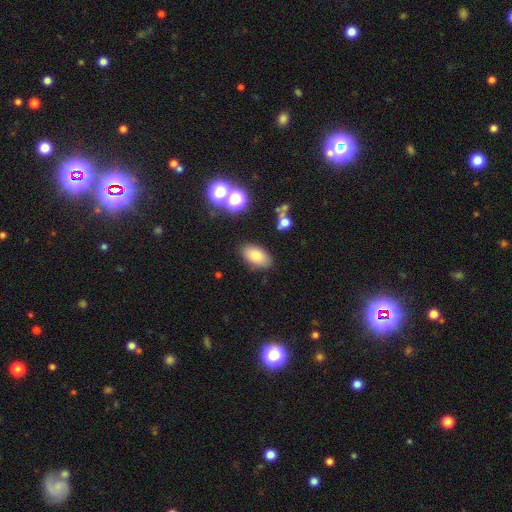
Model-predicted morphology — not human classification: Smooth or featured? smooth (79%)
How rounded? in between (92%)
Merging? none (84%)